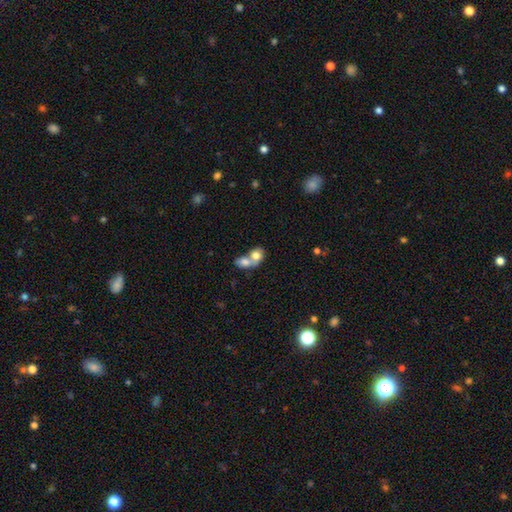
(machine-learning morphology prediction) A smooth galaxy with no disk features (74%) that is in between round and cigar-shaped (52%).

Vote fractions:
- Smooth or featured? smooth: 74% / featured or disk: 19% / star or artifact: 8%
- How rounded? in between: 52% / round: 47% / cigar-shaped: 2%
- Merging? merger: 78% / none: 14% / minor disturbance: 5% / major disturbance: 3%